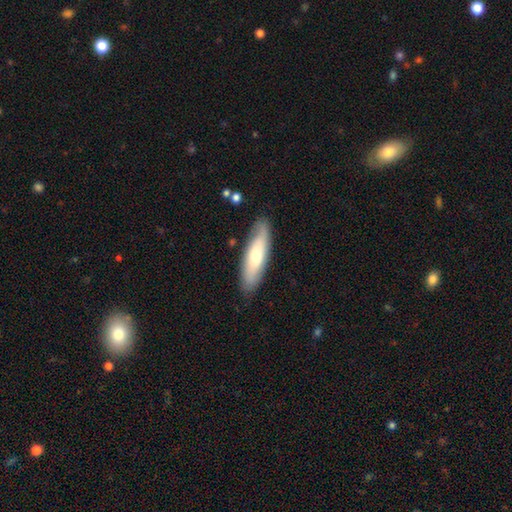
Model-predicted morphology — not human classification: smooth 59%, featured or disk 35%, star or artifact 6%. Down the decision tree: how rounded — cigar-shaped (59%); merging — none (83%).